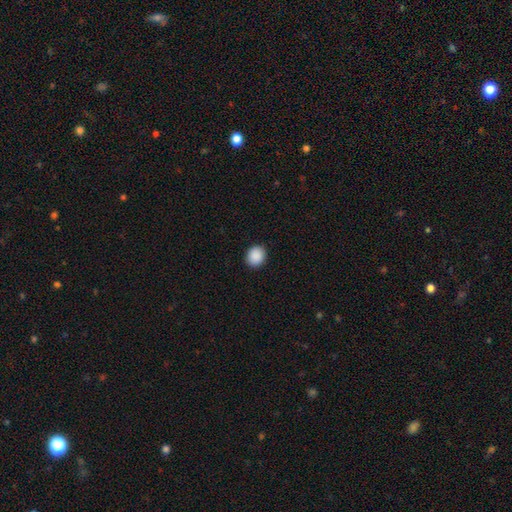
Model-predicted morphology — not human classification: Smooth or featured? Predicted: smooth (p=0.90). How rounded? Predicted: round (p=0.69). Merging? Predicted: none (p=0.91).